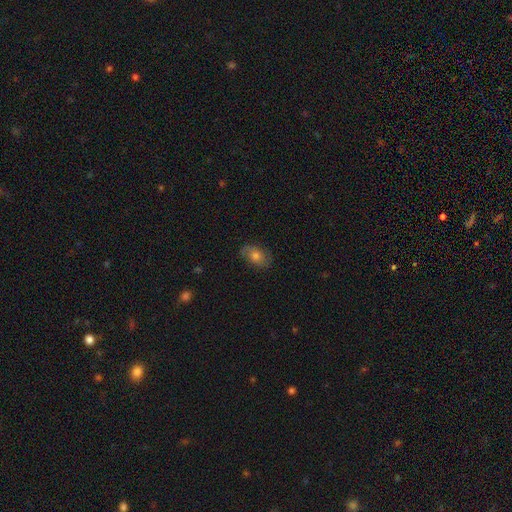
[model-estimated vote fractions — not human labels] Q: Smooth or featured?
A: smooth (67%); runner-up: featured or disk (24%)
Q: How rounded?
A: in between (83%); runner-up: round (16%)
Q: Merging?
A: none (75%); runner-up: minor disturbance (19%)